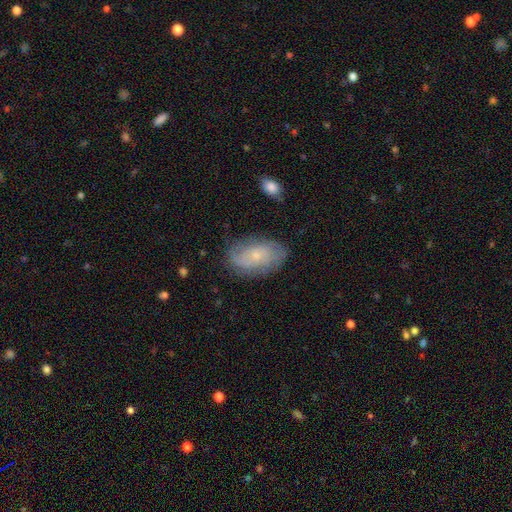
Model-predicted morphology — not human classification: Smooth or featured? Predicted: featured or disk (p=0.63). Edge-on disk? Predicted: no (p=0.95). Bar? Predicted: no (p=0.74). Spiral arms? Predicted: yes (p=0.87). Spiral winding? Predicted: tight (p=0.44). Spiral arm count? Predicted: 2 (p=0.40). Bulge size? Predicted: small (p=0.76). Merging? Predicted: none (p=0.74).